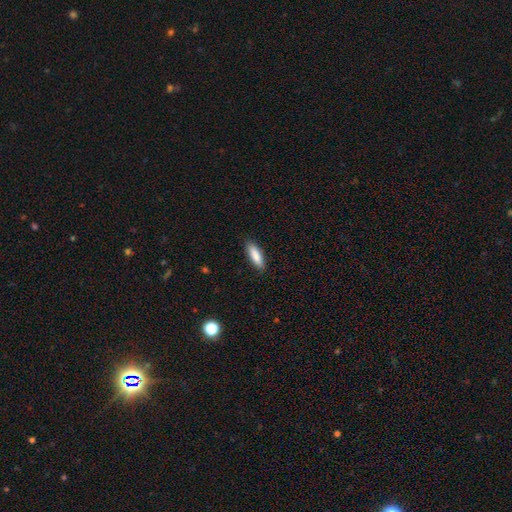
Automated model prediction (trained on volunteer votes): This appears to be a smooth galaxy with no disk features (86%) that is cigar-shaped (53%). Merging: none (88%).